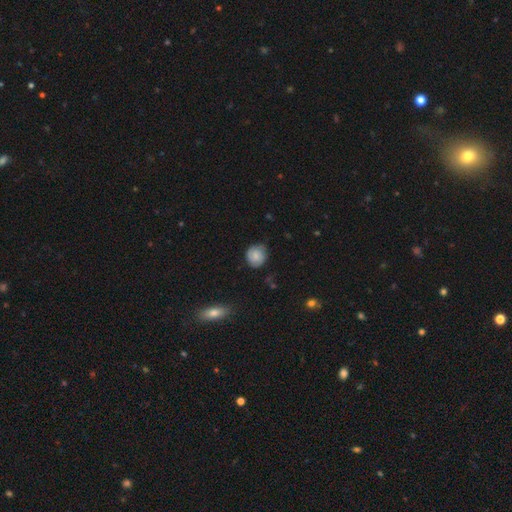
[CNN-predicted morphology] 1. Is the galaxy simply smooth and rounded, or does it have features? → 71% smooth, 22% featured or disk, 8% star or artifact.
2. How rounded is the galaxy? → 78% round, 21% in between, 1% cigar-shaped.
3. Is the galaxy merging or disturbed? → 70% none, 24% minor disturbance, 4% major disturbance, 1% merger.